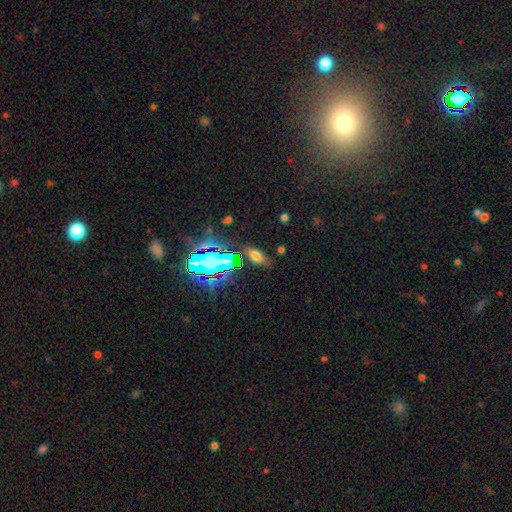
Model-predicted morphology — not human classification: A smooth galaxy with no disk features (59%) that is in between round and cigar-shaped (83%). Merging: none (77%).